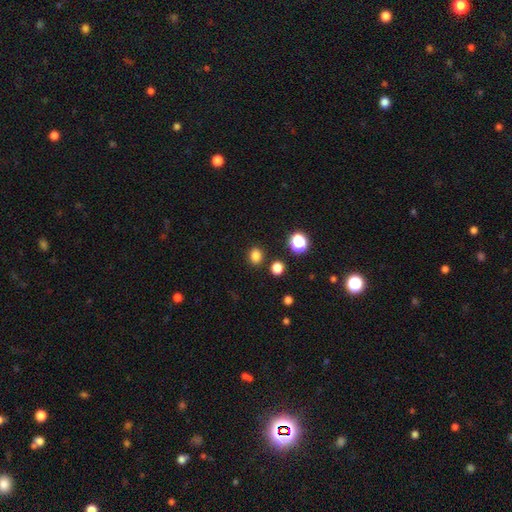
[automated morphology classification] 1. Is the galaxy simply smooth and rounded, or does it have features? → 82% smooth, 15% star or artifact, 4% featured or disk.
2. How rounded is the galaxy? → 62% round, 37% in between, 1% cigar-shaped.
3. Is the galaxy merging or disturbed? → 87% none, 8% minor disturbance, 3% merger, 3% major disturbance.